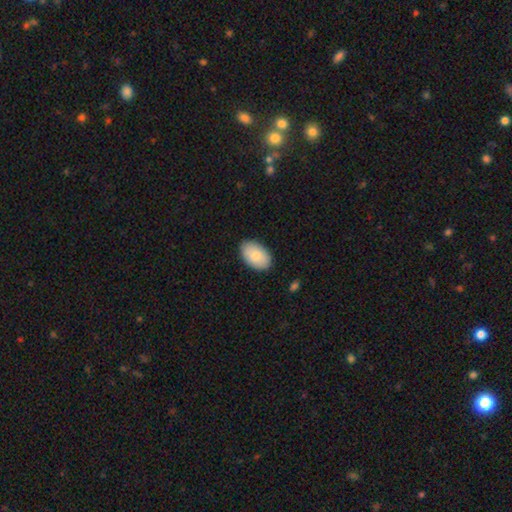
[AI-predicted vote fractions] Smooth or featured: smooth — 83% (featured or disk — 11%)
How rounded: in between — 93% (round — 6%)
Merging: none — 86% (minor disturbance — 10%)